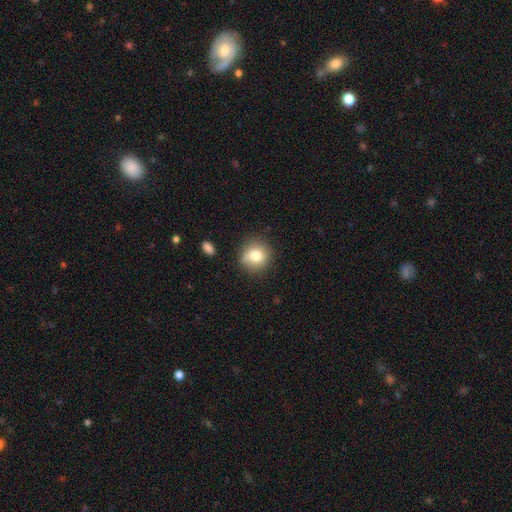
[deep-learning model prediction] The model was most divided on "merging": none: 76%, minor disturbance: 17%, major disturbance: 4%, merger: 3%. More confident: how rounded — round (87%); smooth or featured — smooth (77%).